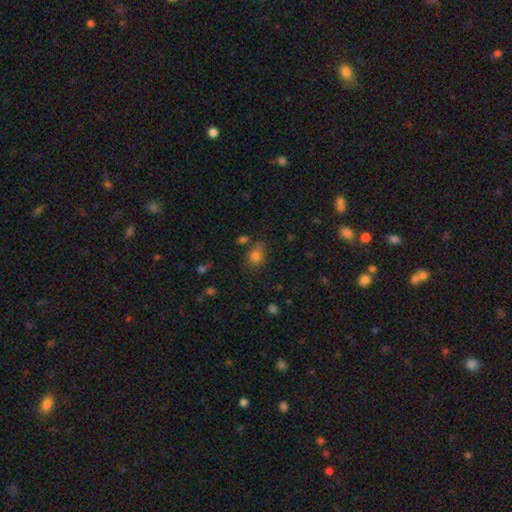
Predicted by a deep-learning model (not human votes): Smooth or featured: smooth — 78% (star or artifact — 14%)
How rounded: in between — 52% (round — 46%)
Merging: none — 56% (minor disturbance — 26%)